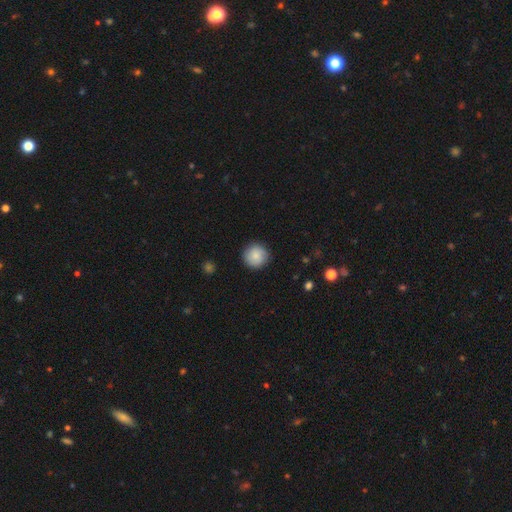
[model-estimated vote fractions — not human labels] Morphology: type=smooth (83%); roundness=round (94%); merging=none (89%).